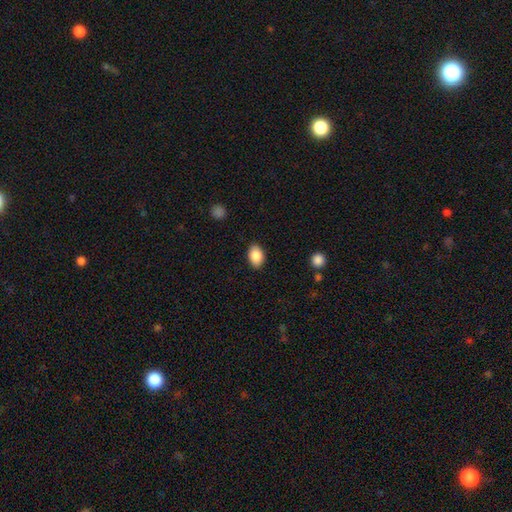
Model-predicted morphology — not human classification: The model was most divided on "how rounded": in between: 86%, round: 13%, cigar-shaped: 1%. More confident: smooth or featured — smooth (88%); merging — none (87%).